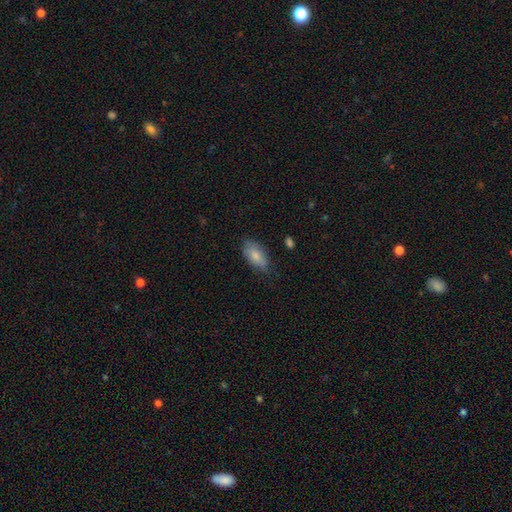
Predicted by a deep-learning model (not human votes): smooth-or-featured: smooth: 80% | featured or disk: 13% | star or artifact: 7%
  how-rounded: in between: 90% | cigar-shaped: 7% | round: 3%
  merging: none: 69% | minor disturbance: 24% | major disturbance: 5% | merger: 2%